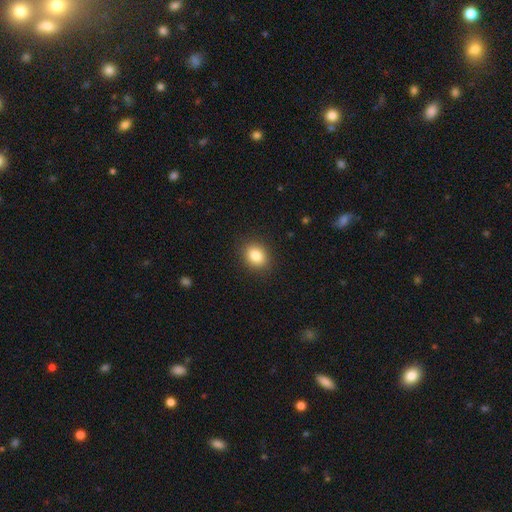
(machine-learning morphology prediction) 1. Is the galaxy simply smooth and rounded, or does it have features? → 84% smooth, 9% star or artifact, 7% featured or disk.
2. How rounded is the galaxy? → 50% round, 49% in between, 1% cigar-shaped.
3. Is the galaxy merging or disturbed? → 89% none, 7% minor disturbance, 2% major disturbance, 1% merger.